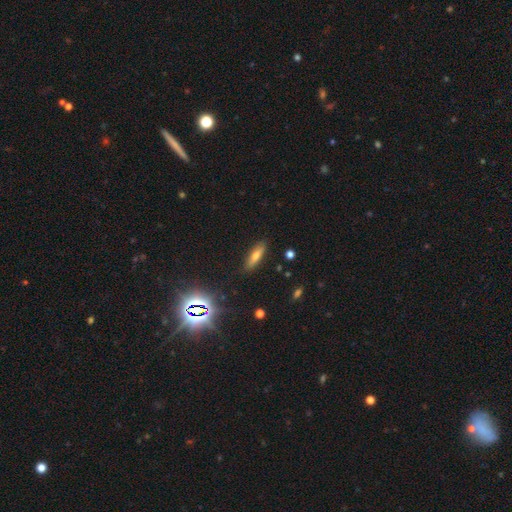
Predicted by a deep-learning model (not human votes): This appears to be a smooth galaxy with no disk features (60%) that is cigar-shaped (60%). Merging: none (87%).